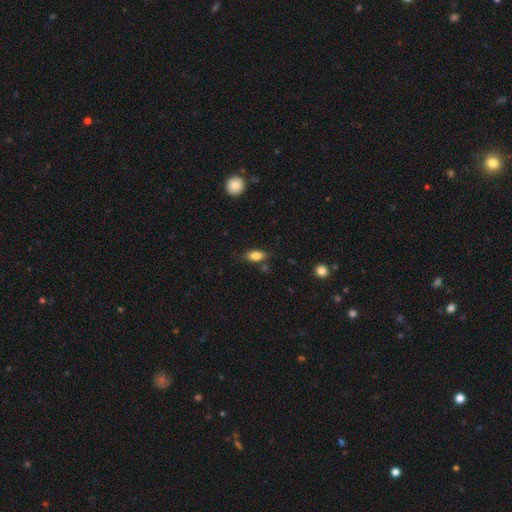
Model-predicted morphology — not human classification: smooth 82%, featured or disk 10%, star or artifact 8%. Down the decision tree: how rounded — in between (86%); merging — none (77%).